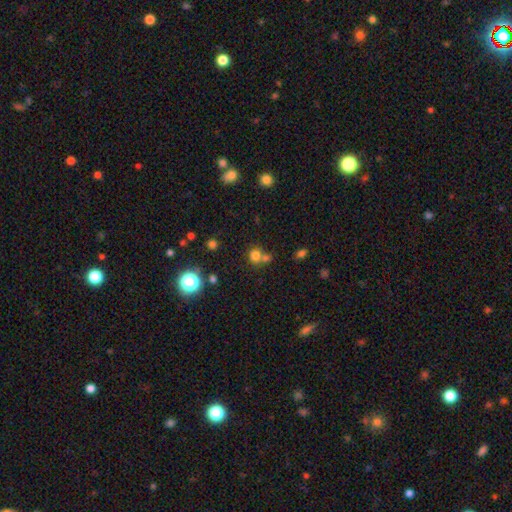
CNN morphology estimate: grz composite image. It shows a smooth galaxy with no disk features (73%) that is round (83%). Merging: none (50%).